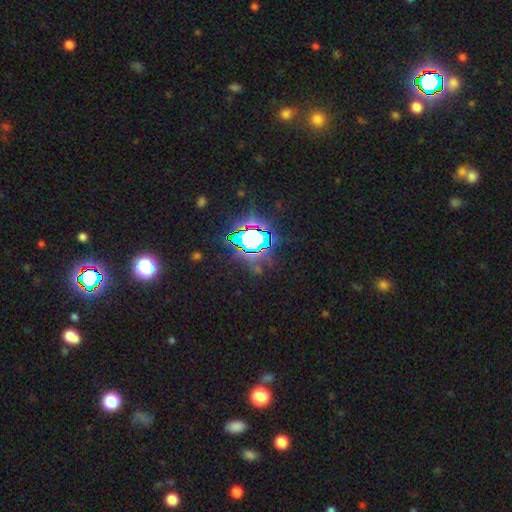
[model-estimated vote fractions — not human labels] Morphology: type=star or artifact (81%).